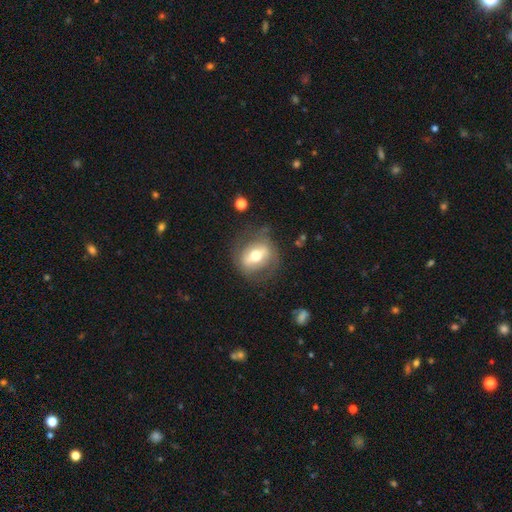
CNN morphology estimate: type=featured or disk (55%); edge-on=no (81%); merging=none (71%).